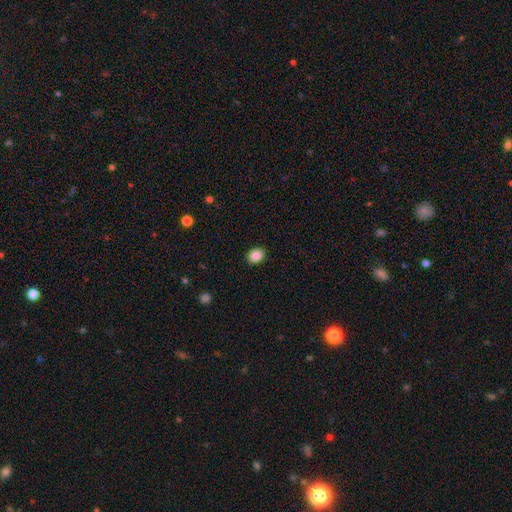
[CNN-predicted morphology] Q: Smooth or featured?
A: smooth (87%); runner-up: star or artifact (9%)
Q: How rounded?
A: round (53%); runner-up: in between (46%)
Q: Merging?
A: none (91%); runner-up: minor disturbance (6%)